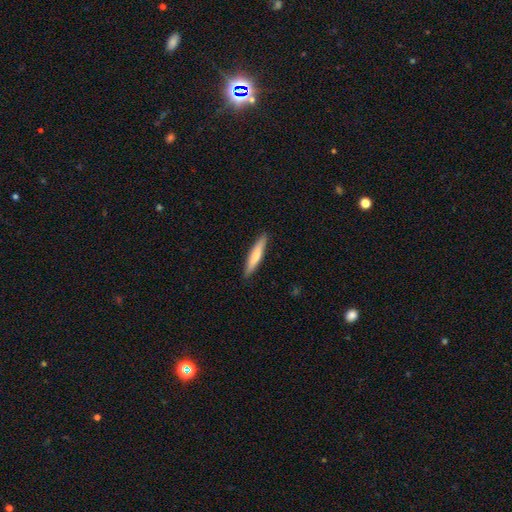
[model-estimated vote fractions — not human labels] The model was most divided on "smooth or featured": smooth: 68%, featured or disk: 27%, star or artifact: 5%. More confident: how rounded — cigar-shaped (91%); merging — none (91%).